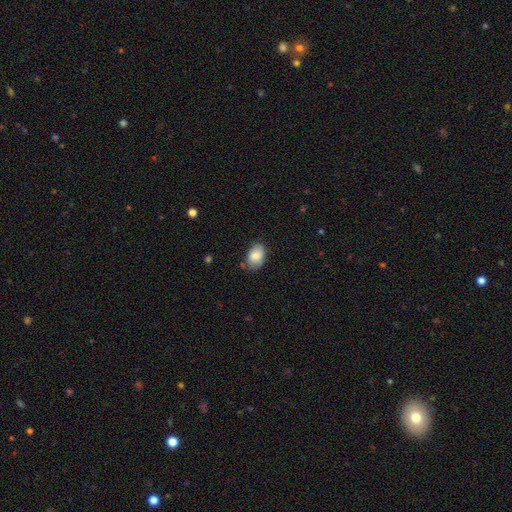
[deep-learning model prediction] A smooth galaxy with no disk features (83%) that is in between round and cigar-shaped (85%). Merging: none (70%).